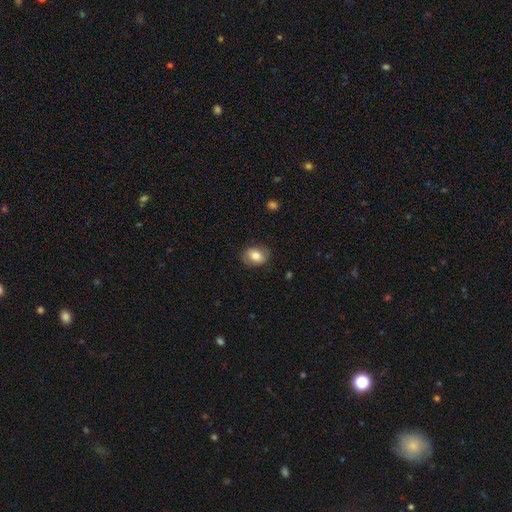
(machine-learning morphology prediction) Smooth or featured? Predicted: smooth (p=0.78). How rounded? Predicted: in between (p=0.67). Merging? Predicted: none (p=0.80).